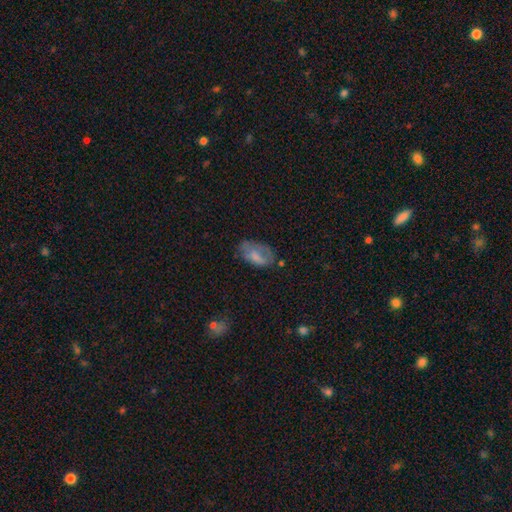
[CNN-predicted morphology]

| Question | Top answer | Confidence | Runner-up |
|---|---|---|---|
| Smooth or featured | smooth | 64% | featured or disk (27%) |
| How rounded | in between | 91% | round (6%) |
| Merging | none | 46% | minor disturbance (31%) |